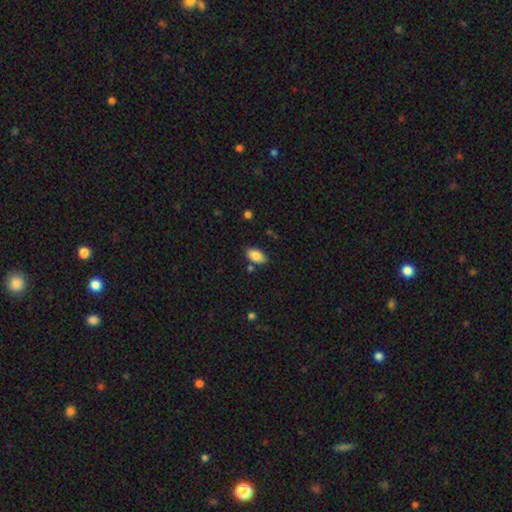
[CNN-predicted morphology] This appears to be a smooth galaxy with no disk features (85%) that is in between round and cigar-shaped (93%). Merging: none (81%).